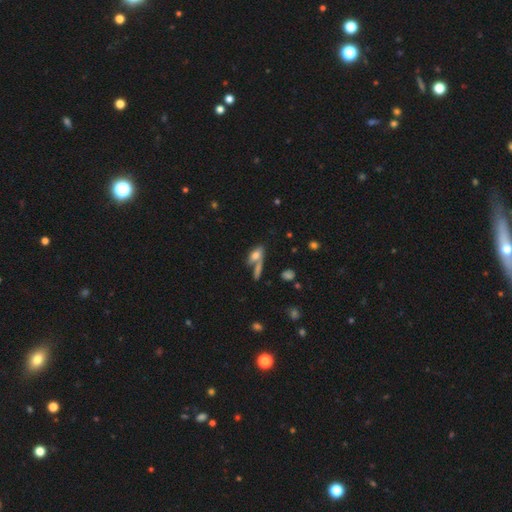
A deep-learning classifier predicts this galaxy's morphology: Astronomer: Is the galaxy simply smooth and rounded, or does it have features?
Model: smooth — 66%.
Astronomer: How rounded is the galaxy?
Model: in between — 70%.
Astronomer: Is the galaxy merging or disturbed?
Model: none — 45% (runner-up: merger, 35%).